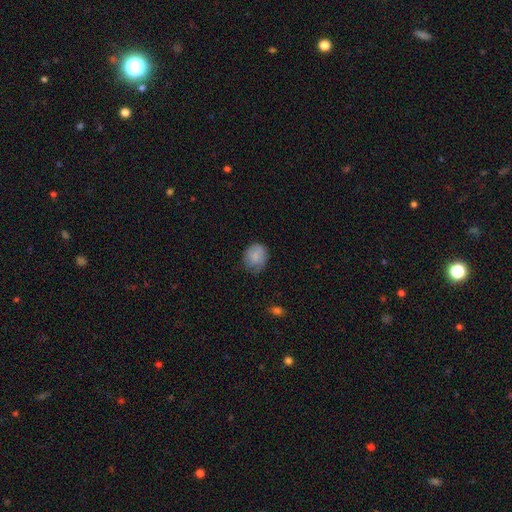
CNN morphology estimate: A smooth galaxy with no disk features (79%) that is round (65%). Merging: none (63%).